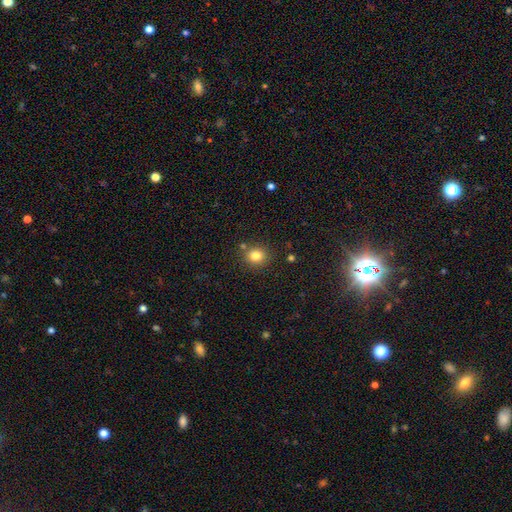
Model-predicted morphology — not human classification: Smooth or featured? smooth (82%)
How rounded? round (79%)
Merging? none (82%)